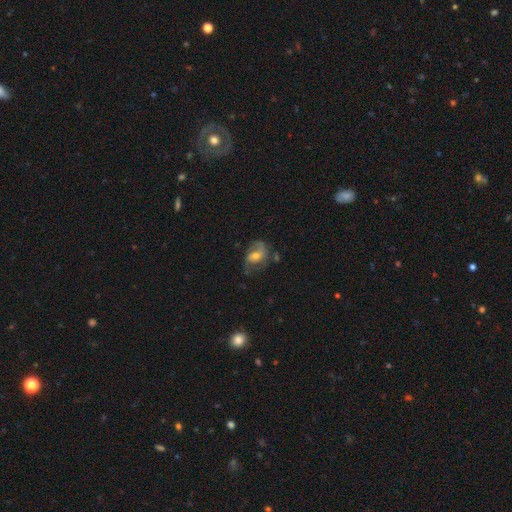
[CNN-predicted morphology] type=featured or disk (71%); edge-on=no (97%); bar=no (49%); spiral arms=yes (88%); winding=medium (46%); arm count=2 (72%); bulge=moderate (59%); merging=none (57%).